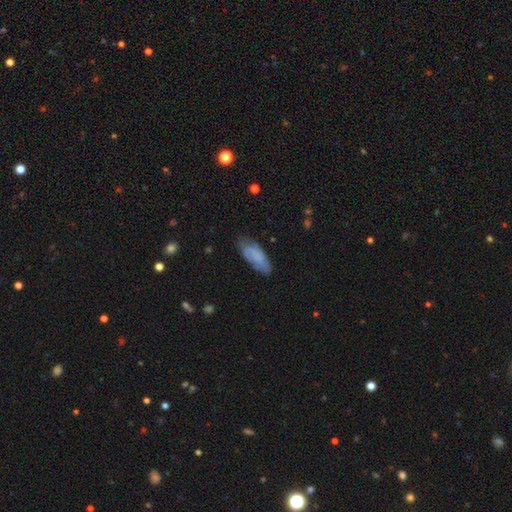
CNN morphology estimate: The model was most divided on "smooth or featured": smooth: 64%, featured or disk: 27%, star or artifact: 8%. More confident: how rounded — in between (79%); merging — none (63%).